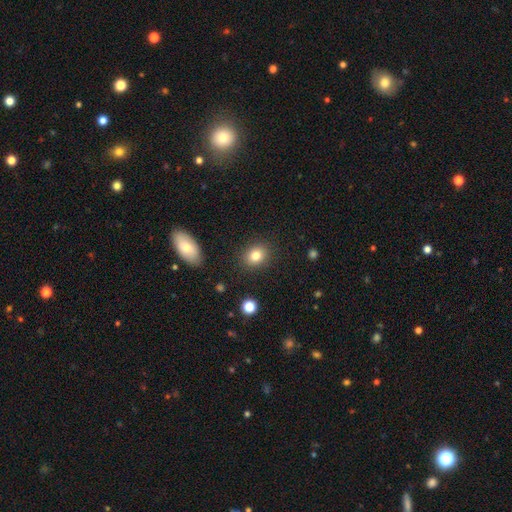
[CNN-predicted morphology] This is clearly a smooth galaxy (82%). How rounded: possibly round (59%). Merging: clearly none (88%).